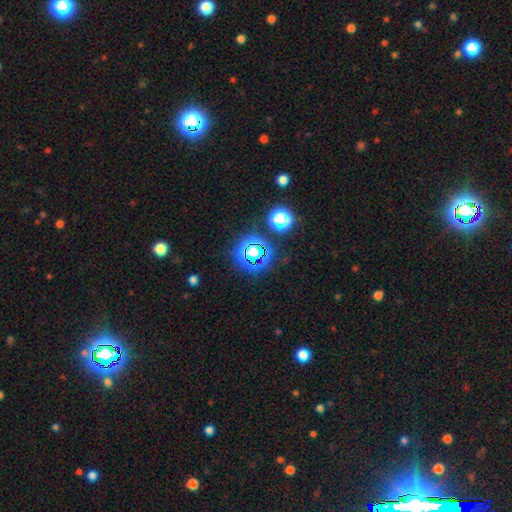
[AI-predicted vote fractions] This appears to be a star or artifact, not a galaxy (66%).